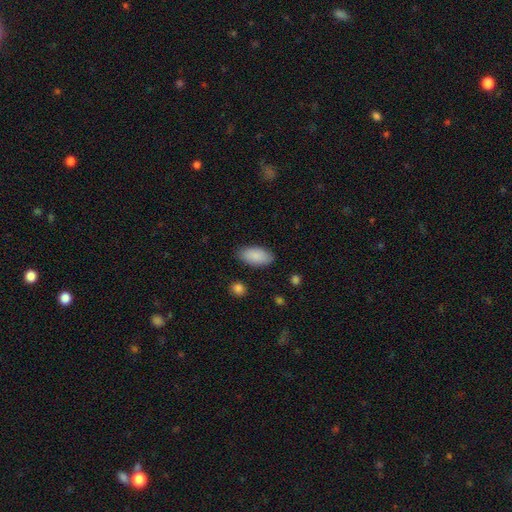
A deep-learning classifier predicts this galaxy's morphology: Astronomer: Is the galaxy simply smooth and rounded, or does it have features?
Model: smooth — 89%.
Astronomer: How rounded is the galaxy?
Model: in between — 94%.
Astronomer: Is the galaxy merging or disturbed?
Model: none — 86%.